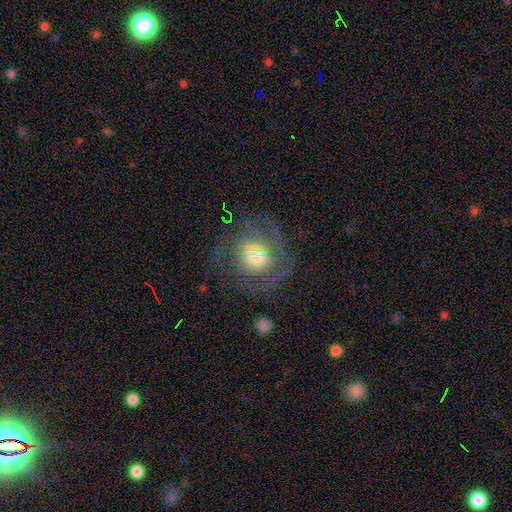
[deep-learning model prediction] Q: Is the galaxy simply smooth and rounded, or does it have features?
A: featured or disk — 51%.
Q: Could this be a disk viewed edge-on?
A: no — 95%.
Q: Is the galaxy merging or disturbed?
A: none — 66%.